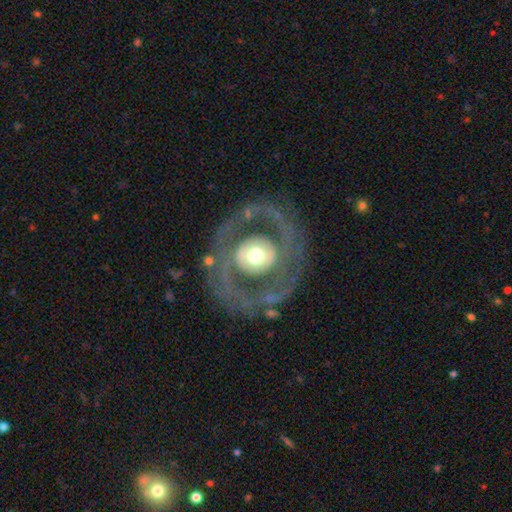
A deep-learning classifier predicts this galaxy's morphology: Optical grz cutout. It shows a featured or disk galaxy (72%) with no bar (72%), spiral arms (55%) and a moderate central bulge (52%). Merging: none (71%).